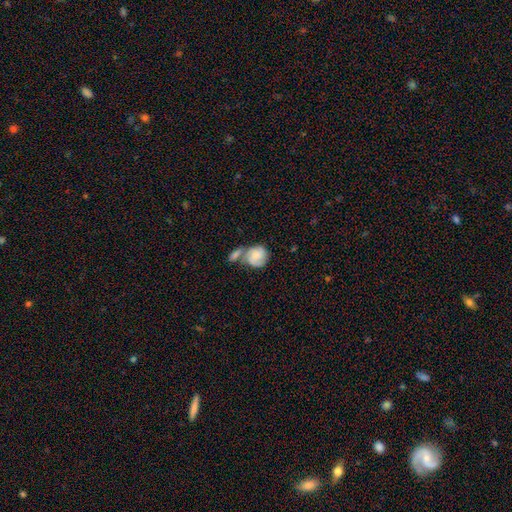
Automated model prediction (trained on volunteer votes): Smooth or featured? Predicted: featured or disk (p=0.59). Edge-on disk? Predicted: no (p=0.98). Bar? Predicted: no (p=0.67). Spiral arms? Predicted: yes (p=0.88). Spiral winding? Predicted: tight (p=0.46). Spiral arm count? Predicted: 2 (p=0.68). Bulge size? Predicted: small (p=0.48). Merging? Predicted: merger (p=0.48).